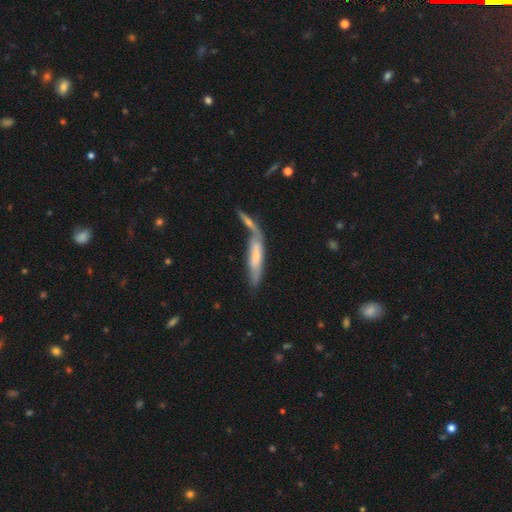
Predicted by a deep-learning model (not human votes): A smooth galaxy with no disk features (51%) that is cigar-shaped (76%). Merging: merger (46%).